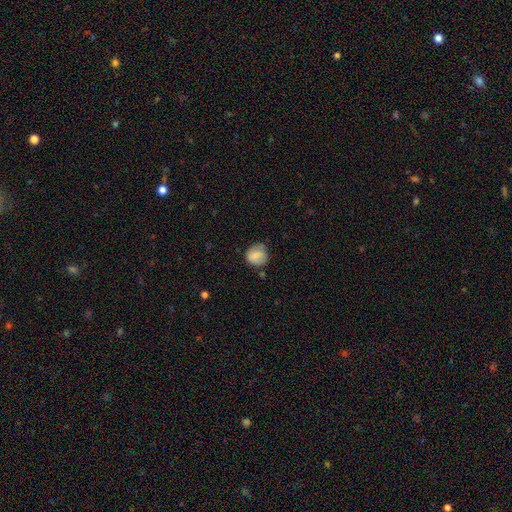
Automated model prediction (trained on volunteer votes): This is likely a smooth galaxy (73%). How rounded: clearly round (81%). Merging: likely none (61%).